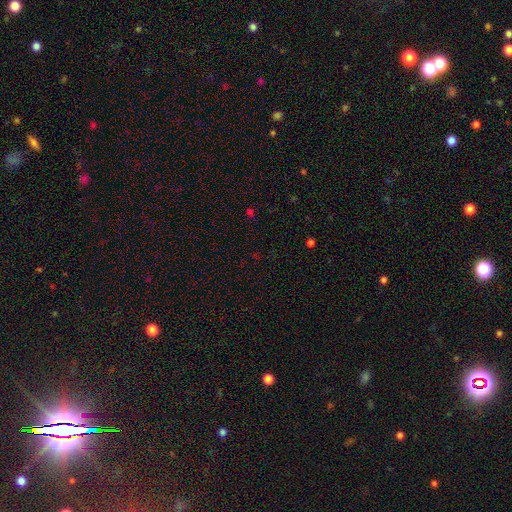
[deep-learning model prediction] This appears to be a star or artifact, not a galaxy (65%).